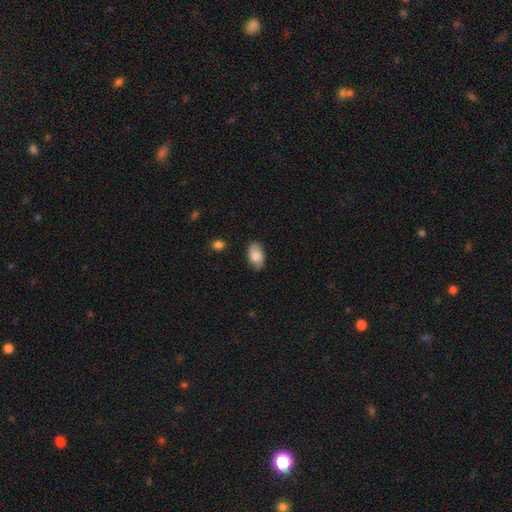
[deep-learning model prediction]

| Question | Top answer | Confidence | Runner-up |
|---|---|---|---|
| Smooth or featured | smooth | 78% | featured or disk (15%) |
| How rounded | in between | 92% | round (6%) |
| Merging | none | 78% | minor disturbance (17%) |